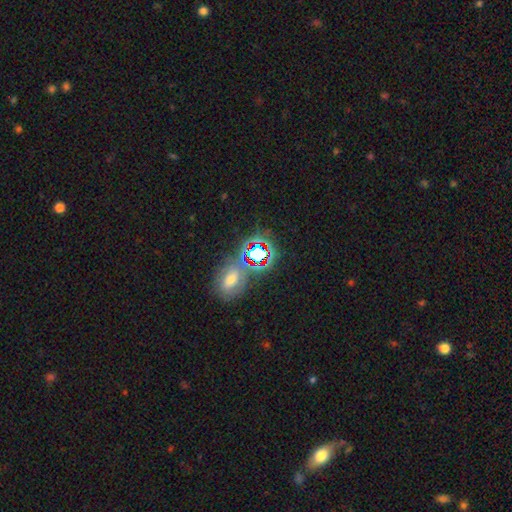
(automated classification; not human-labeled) A star or artifact, not a galaxy (68%).

Vote fractions:
- Smooth or featured? star or artifact: 68% / smooth: 21% / featured or disk: 11%